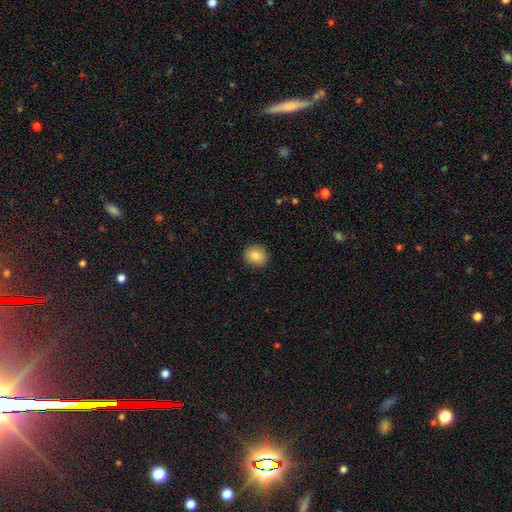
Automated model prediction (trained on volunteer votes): The model was most divided on "how rounded": round: 78%, in between: 22%, cigar-shaped: 1%. More confident: merging — none (90%); smooth or featured — smooth (85%).